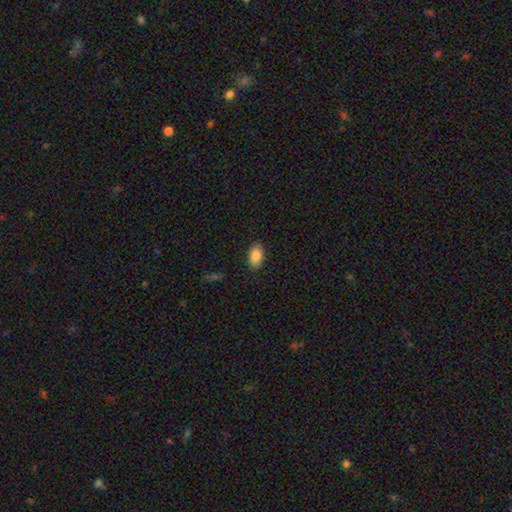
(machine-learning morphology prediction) smooth-or-featured: smooth: 87% | star or artifact: 7% | featured or disk: 6%
  how-rounded: in between: 92% | round: 7% | cigar-shaped: 2%
  merging: none: 88% | minor disturbance: 9% | major disturbance: 2% | merger: 1%